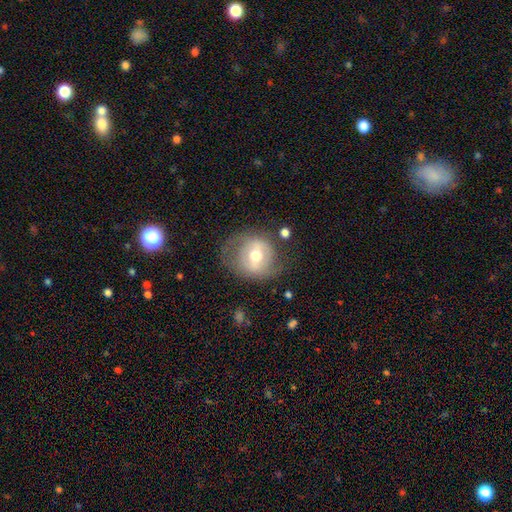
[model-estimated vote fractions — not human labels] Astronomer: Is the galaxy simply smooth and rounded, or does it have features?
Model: featured or disk — 51% (runner-up: smooth, 42%).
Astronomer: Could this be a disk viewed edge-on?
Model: no — 95%.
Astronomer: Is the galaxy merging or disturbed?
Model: none — 60%.